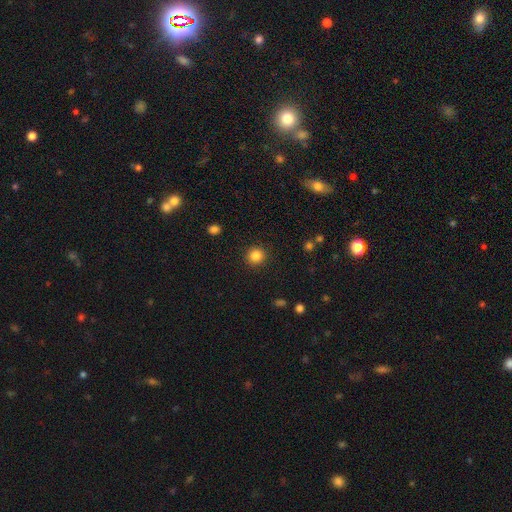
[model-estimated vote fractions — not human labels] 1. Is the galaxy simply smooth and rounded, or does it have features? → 84% smooth, 11% star or artifact, 4% featured or disk.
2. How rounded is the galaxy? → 93% round, 6% in between, 1% cigar-shaped.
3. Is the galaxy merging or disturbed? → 91% none, 5% minor disturbance, 2% major disturbance, 1% merger.